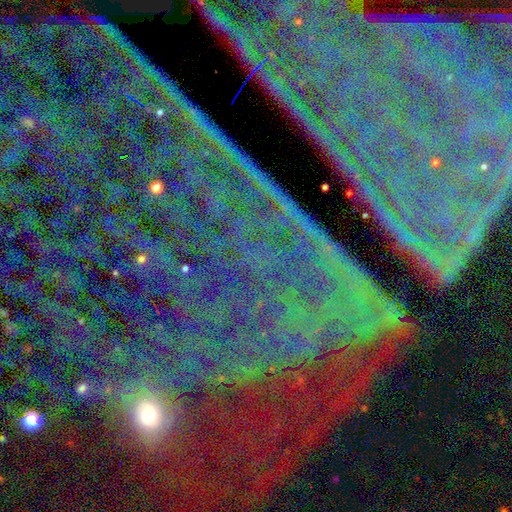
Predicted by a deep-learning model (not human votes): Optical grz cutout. It shows a star or artifact, not a galaxy (82%).